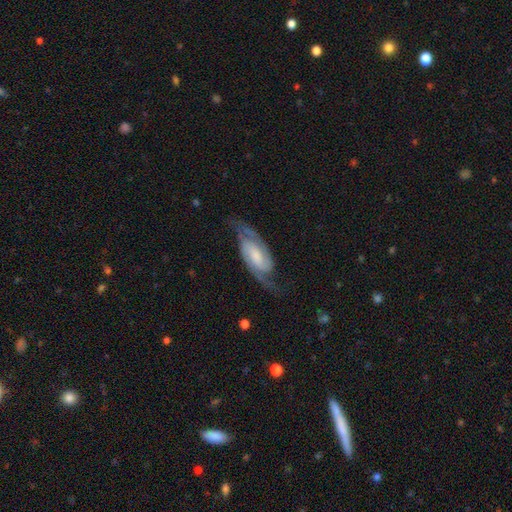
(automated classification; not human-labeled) Morphology: type=featured or disk (87%); edge-on=no (95%); bar=no (44%); spiral arms=yes (97%); winding=medium (49%); arm count=2 (90%); bulge=moderate (35%); merging=none (72%).